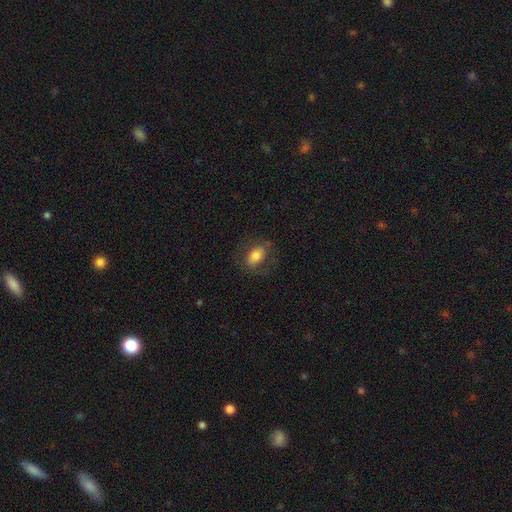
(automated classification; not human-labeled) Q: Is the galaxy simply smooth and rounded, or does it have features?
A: smooth — 73%.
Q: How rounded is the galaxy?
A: in between — 83%.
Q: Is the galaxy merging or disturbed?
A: none — 73%.